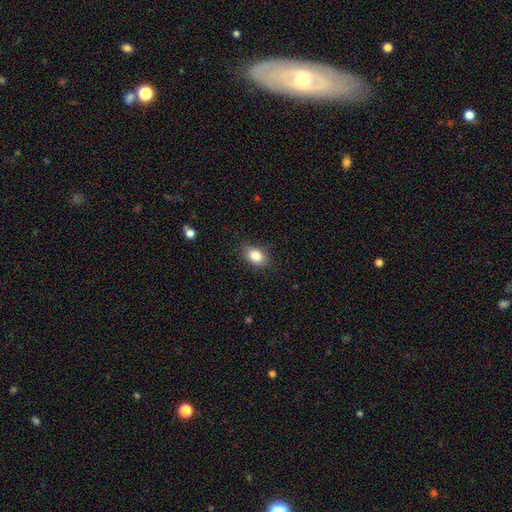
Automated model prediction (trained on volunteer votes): Smooth or featured?
  - smooth: 84% *
  - star or artifact: 9%
  - featured or disk: 8%
How rounded?
  - in between: 79% *
  - round: 20%
  - cigar-shaped: 2%
Merging?
  - none: 85% *
  - minor disturbance: 11%
  - major disturbance: 3%
  - merger: 1%